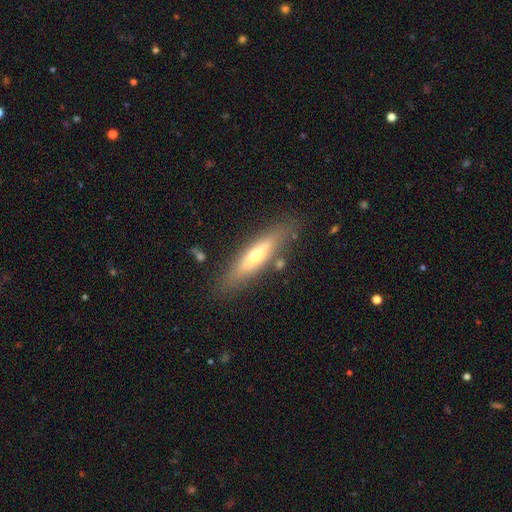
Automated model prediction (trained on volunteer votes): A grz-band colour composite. It shows a featured or disk galaxy (49%). Merging: none (82%).